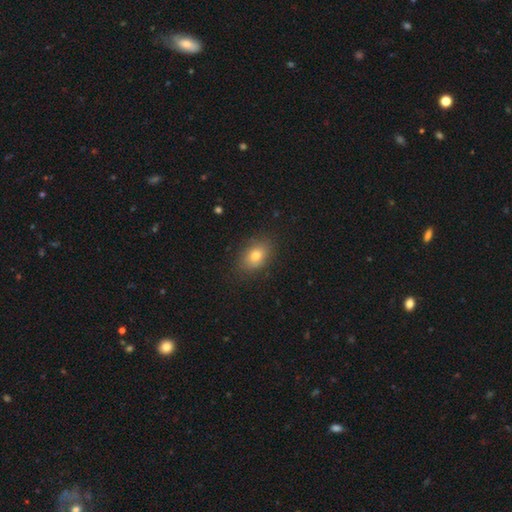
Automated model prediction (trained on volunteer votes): This appears to be a smooth galaxy with no disk features (78%) that is in between round and cigar-shaped (77%). Merging: none (84%).